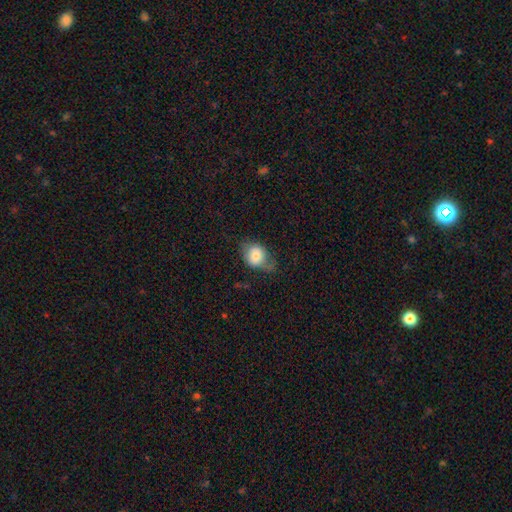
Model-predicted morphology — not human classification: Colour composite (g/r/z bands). It shows a smooth galaxy with no disk features (71%) that is in between round and cigar-shaped (50%). Merging: none (51%).